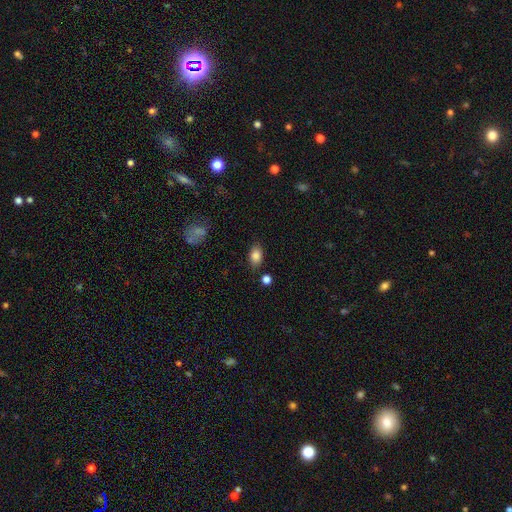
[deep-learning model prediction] Smooth or featured? smooth (84%)
How rounded? in between (86%)
Merging? none (80%)